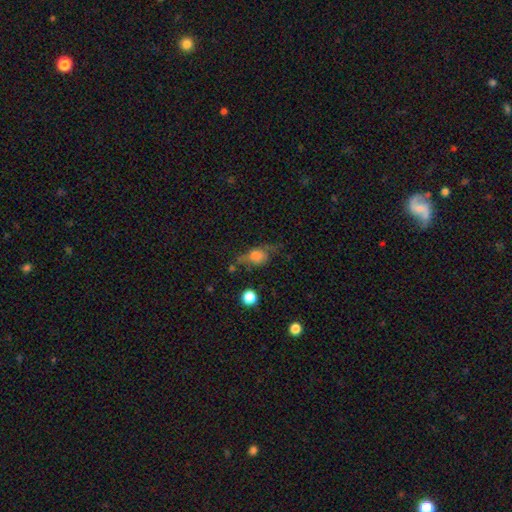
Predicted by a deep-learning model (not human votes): Morphology: type=smooth (60%); roundness=in between (64%); merging=none (45%).